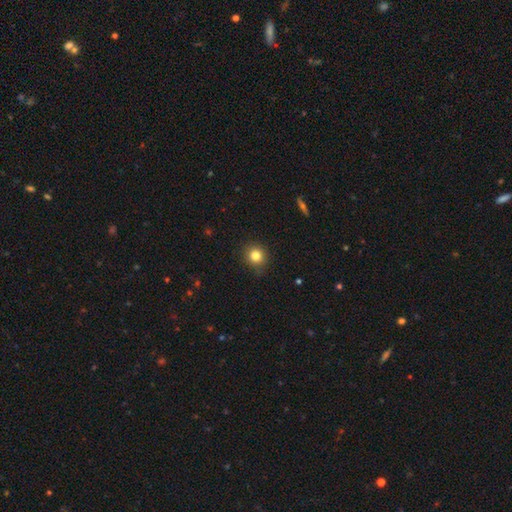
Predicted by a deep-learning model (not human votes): This appears to be a smooth galaxy with no disk features (82%) that is round (88%). Merging: none (86%).